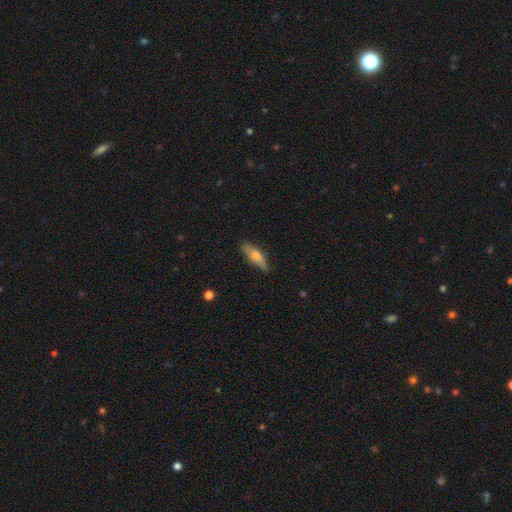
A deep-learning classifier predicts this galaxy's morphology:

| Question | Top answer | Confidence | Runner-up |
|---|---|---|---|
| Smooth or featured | smooth | 60% | featured or disk (33%) |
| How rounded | cigar-shaped | 55% | in between (42%) |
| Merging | none | 78% | minor disturbance (18%) |